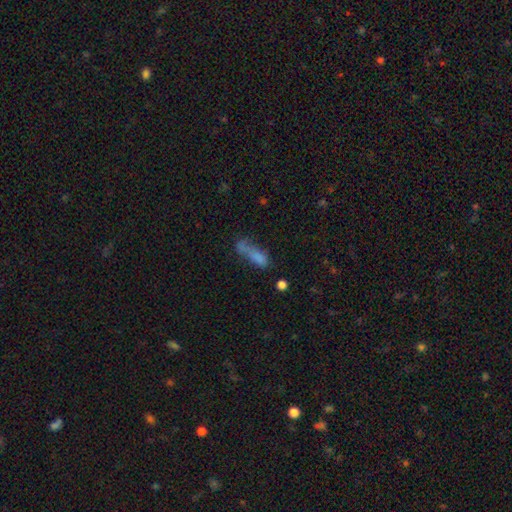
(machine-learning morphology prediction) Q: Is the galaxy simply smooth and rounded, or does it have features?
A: smooth — 67%.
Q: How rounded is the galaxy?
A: cigar-shaped — 50%.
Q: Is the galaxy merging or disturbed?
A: none — 31%.